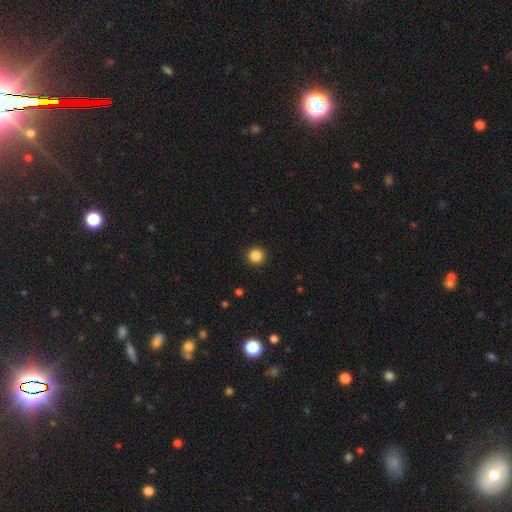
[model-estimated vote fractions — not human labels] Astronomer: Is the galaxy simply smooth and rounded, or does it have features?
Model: smooth — 86%.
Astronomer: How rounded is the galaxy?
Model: round — 96%.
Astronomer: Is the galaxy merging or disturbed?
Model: none — 93%.